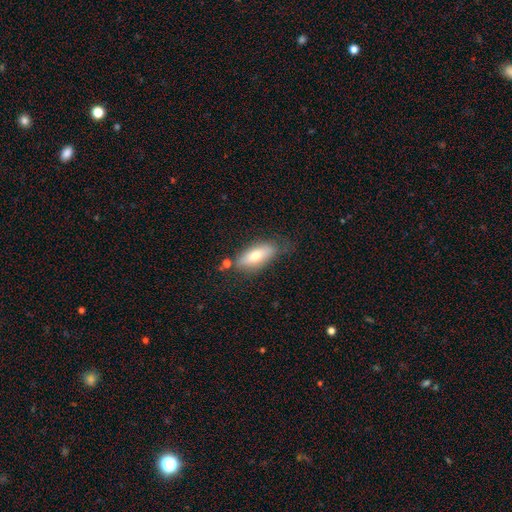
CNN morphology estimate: This is likely a smooth galaxy (67%). How rounded: likely in between (76%). Merging: likely none (66%).